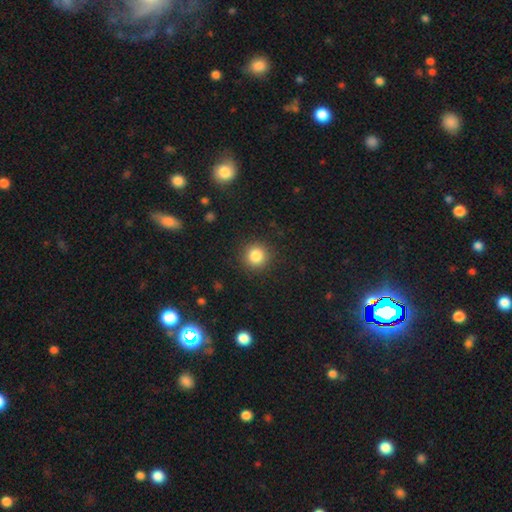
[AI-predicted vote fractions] A smooth galaxy with no disk features (84%) that is round (94%).

Vote fractions:
- Smooth or featured? smooth: 84% / star or artifact: 11% / featured or disk: 5%
- How rounded? round: 94% / in between: 5% / cigar-shaped: 1%
- Merging? none: 91% / minor disturbance: 6% / major disturbance: 2% / merger: 1%